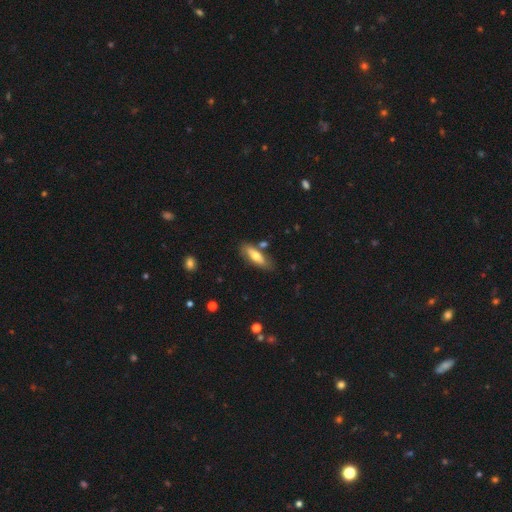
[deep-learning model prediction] smooth 63%, featured or disk 31%, star or artifact 6%. Down the decision tree: how rounded — in between (52%); merging — none (76%).